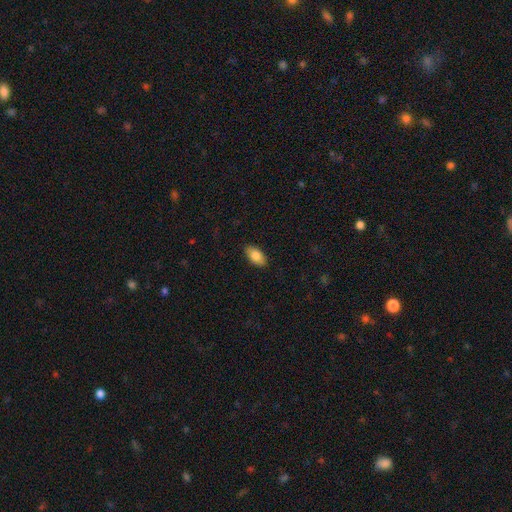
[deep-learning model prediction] This is clearly a smooth galaxy (85%). How rounded: clearly in between (93%). Merging: clearly none (88%).